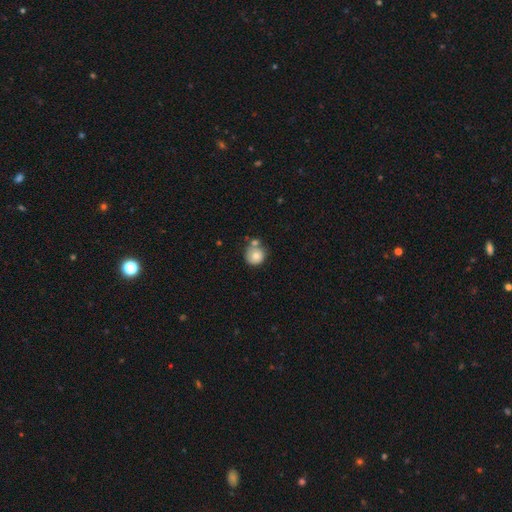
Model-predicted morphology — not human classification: type=smooth (75%); roundness=round (89%); merging=none (53%).